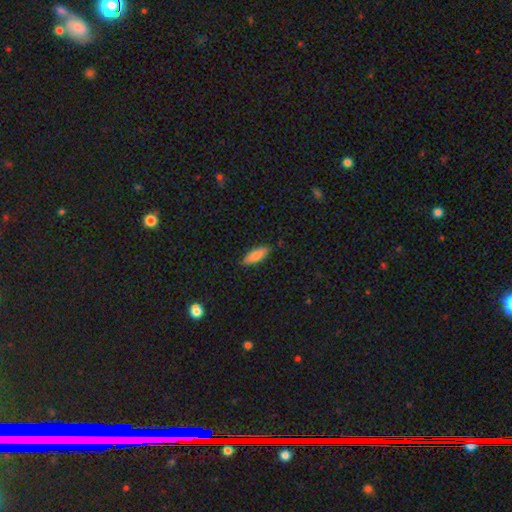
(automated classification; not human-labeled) smooth 83%, featured or disk 10%, star or artifact 6%. Down the decision tree: how rounded — in between (59%); merging — none (85%).